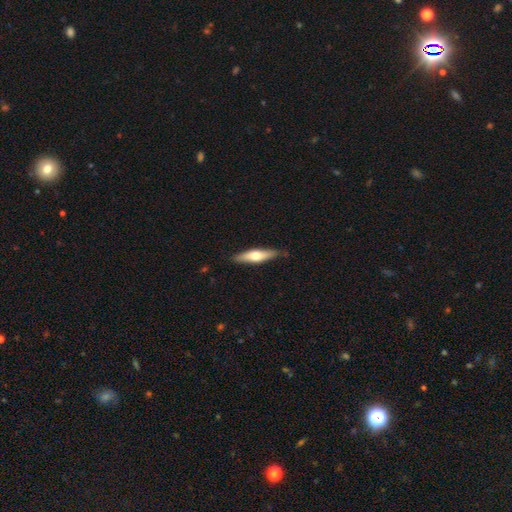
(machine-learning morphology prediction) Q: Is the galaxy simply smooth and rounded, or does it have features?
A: smooth — 52%.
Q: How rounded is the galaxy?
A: cigar-shaped — 68%.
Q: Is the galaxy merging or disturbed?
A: none — 85%.